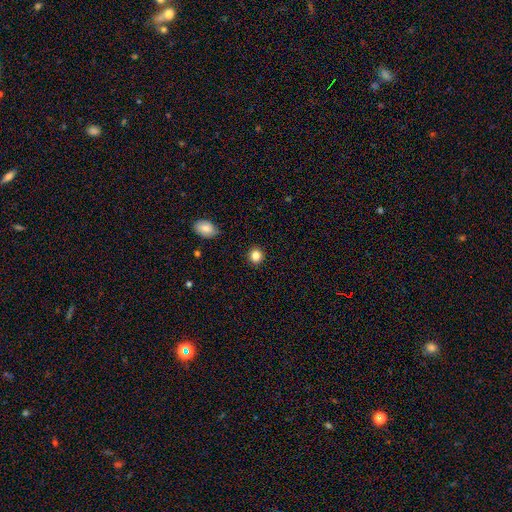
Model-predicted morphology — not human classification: Smooth or featured? smooth (84%)
How rounded? round (85%)
Merging? none (90%)